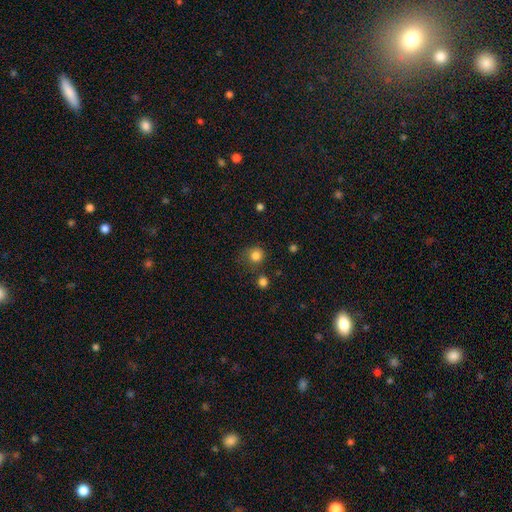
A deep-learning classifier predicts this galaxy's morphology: A smooth galaxy with no disk features (82%) that is round (89%). Merging: none (71%).